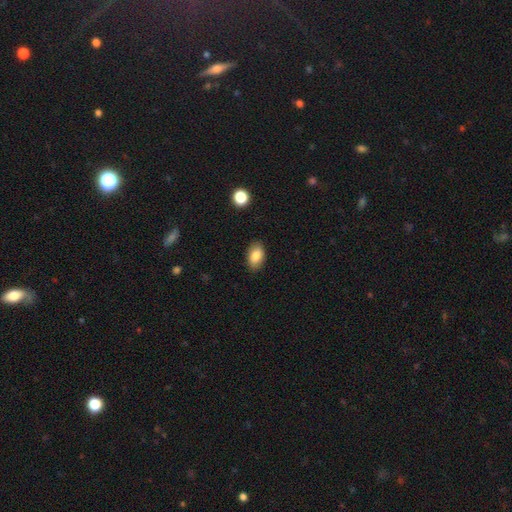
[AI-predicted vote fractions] A smooth galaxy with no disk features (85%) that is in between round and cigar-shaped (90%). Merging: none (86%).